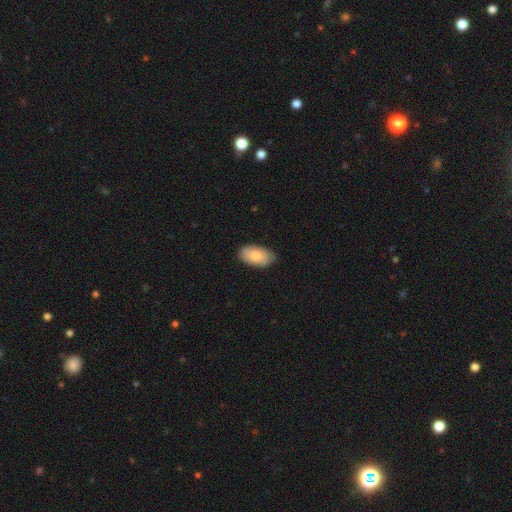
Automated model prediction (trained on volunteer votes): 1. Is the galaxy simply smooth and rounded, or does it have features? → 78% smooth, 16% featured or disk, 6% star or artifact.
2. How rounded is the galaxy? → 95% in between, 4% round, 2% cigar-shaped.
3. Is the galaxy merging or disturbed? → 82% none, 15% minor disturbance, 2% major disturbance, 1% merger.